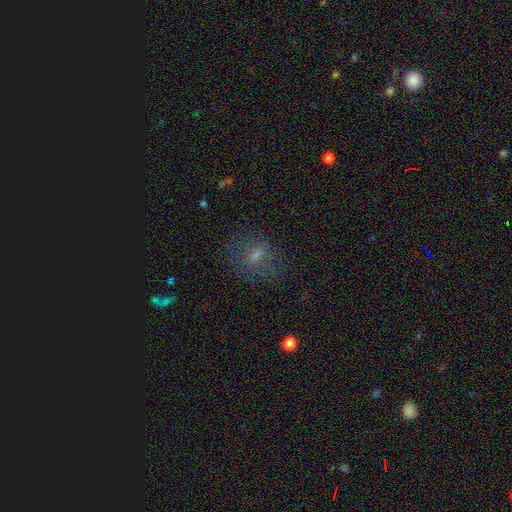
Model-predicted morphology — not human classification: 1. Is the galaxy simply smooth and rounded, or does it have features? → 55% smooth, 27% featured or disk, 18% star or artifact.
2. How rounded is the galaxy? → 59% in between, 33% round, 8% cigar-shaped.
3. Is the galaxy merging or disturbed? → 68% none, 16% minor disturbance, 13% major disturbance, 2% merger.